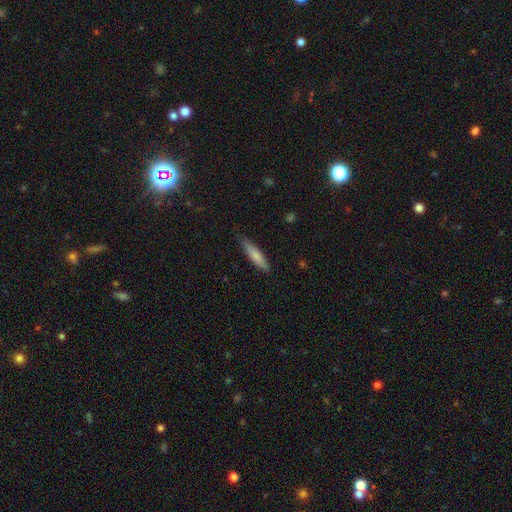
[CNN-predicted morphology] Smooth or featured? smooth (77%)
How rounded? cigar-shaped (81%)
Merging? none (78%)